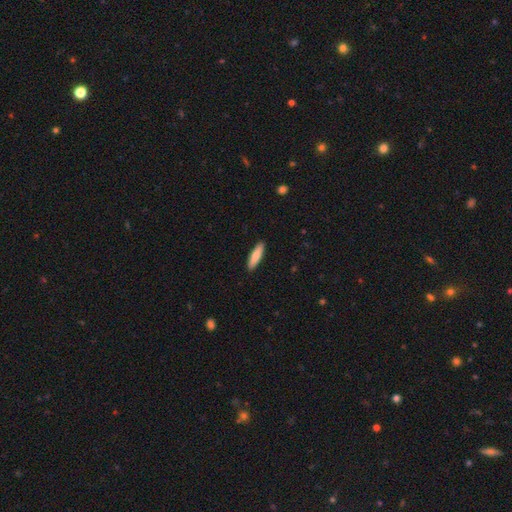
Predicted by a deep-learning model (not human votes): A smooth galaxy with no disk features (80%) that is cigar-shaped (75%).

Vote fractions:
- Smooth or featured? smooth: 80% / featured or disk: 15% / star or artifact: 5%
- How rounded? cigar-shaped: 75% / in between: 24% / round: 1%
- Merging? none: 91% / minor disturbance: 7% / major disturbance: 1% / merger: 1%